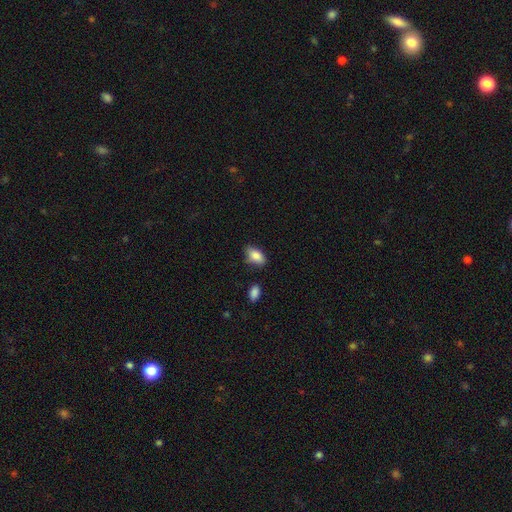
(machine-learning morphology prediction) Smooth or featured? Predicted: smooth (p=0.85). How rounded? Predicted: in between (p=0.91). Merging? Predicted: none (p=0.74).